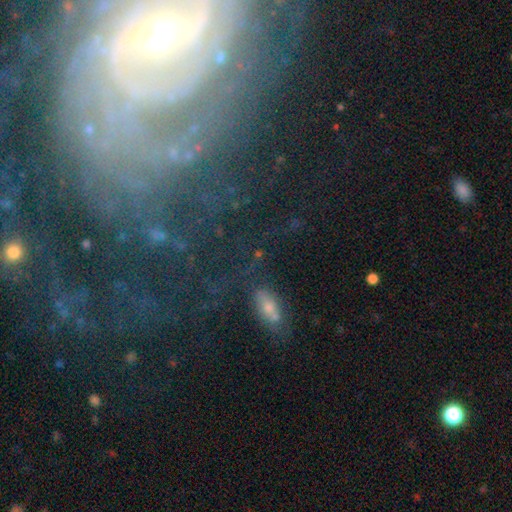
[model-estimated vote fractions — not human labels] Smooth or featured? featured or disk (75%)
Edge-on disk? no (94%)
Bar? no (42%)
Spiral arms? yes (86%)
Spiral winding? tight (58%)
Spiral arm count? can't tell (34%)
Bulge size? small (61%)
Merging? none (63%)